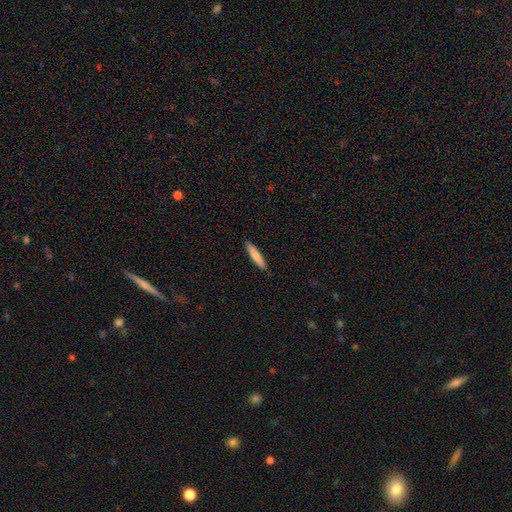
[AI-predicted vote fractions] Smooth or featured?
  - smooth: 75% *
  - featured or disk: 19%
  - star or artifact: 5%
How rounded?
  - cigar-shaped: 89% *
  - in between: 10%
  - round: 1%
Merging?
  - none: 90% *
  - minor disturbance: 7%
  - major disturbance: 1%
  - merger: 1%